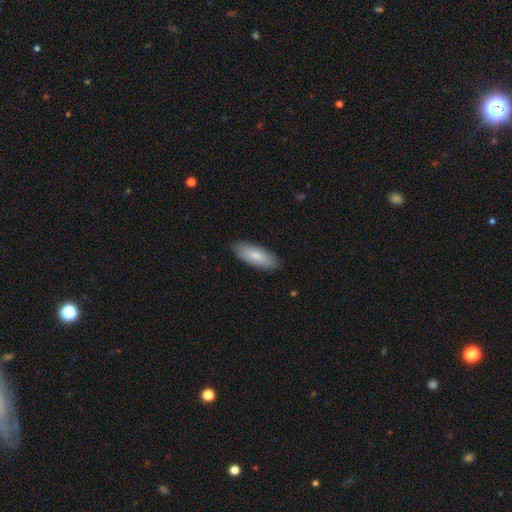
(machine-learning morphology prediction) smooth_or_featured: smooth (p=0.83) [alt: featured or disk p=0.12]
how_rounded: in between (p=0.74) [alt: cigar-shaped p=0.25]
merging: none (p=0.88) [alt: minor disturbance p=0.10]